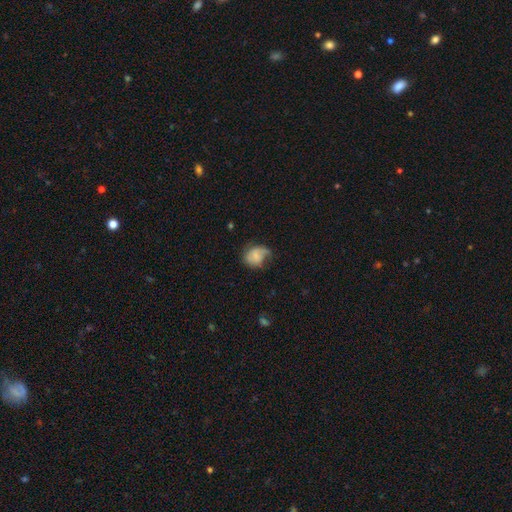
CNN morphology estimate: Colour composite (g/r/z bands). It shows a smooth galaxy with no disk features (54%) that is in between round and cigar-shaped (51%). Merging: none (42%).